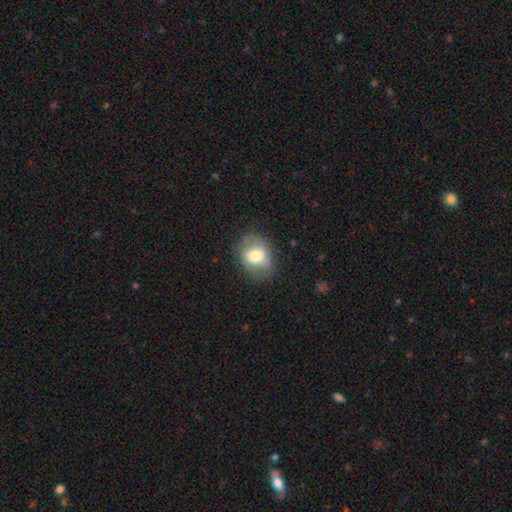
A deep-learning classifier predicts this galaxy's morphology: Smooth or featured? smooth (65%)
How rounded? in between (60%)
Merging? none (73%)